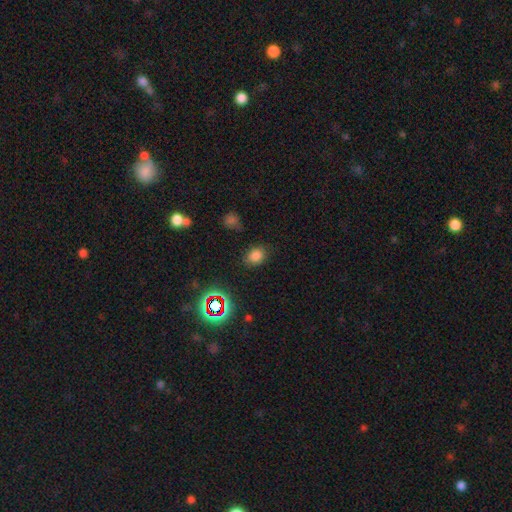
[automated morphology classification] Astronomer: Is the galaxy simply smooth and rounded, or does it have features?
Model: smooth — 76%.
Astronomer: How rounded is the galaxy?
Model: in between — 53% (runner-up: round, 46%).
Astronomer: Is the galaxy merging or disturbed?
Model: none — 82%.